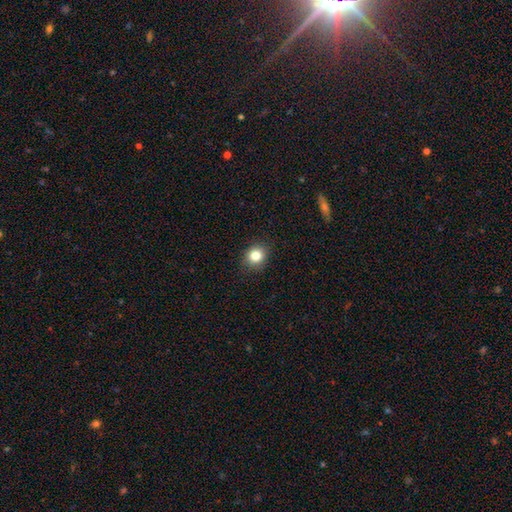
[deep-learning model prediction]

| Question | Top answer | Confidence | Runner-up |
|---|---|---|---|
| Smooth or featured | smooth | 82% | star or artifact (11%) |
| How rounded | round | 74% | in between (25%) |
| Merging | none | 90% | minor disturbance (7%) |